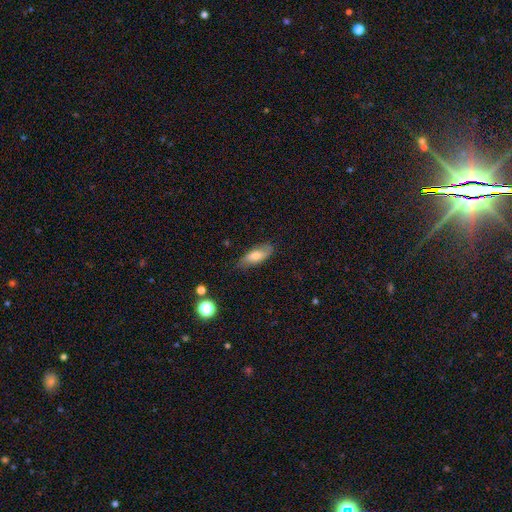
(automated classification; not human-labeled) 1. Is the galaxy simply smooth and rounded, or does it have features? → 70% smooth, 23% featured or disk, 7% star or artifact.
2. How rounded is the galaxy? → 72% in between, 26% cigar-shaped, 3% round.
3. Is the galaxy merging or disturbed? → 74% none, 20% minor disturbance, 4% major disturbance, 2% merger.